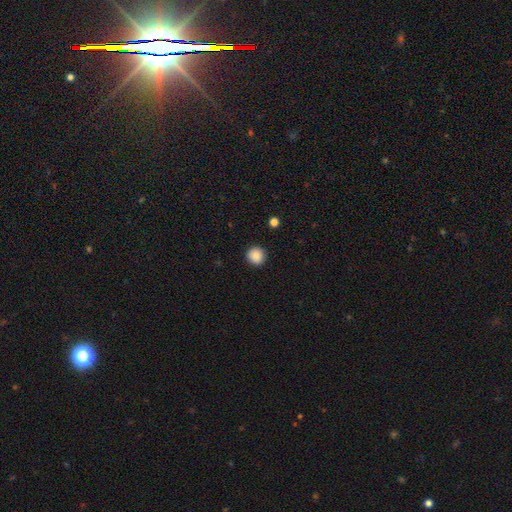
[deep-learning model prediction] The model was most divided on "smooth or featured": smooth: 88%, star or artifact: 9%, featured or disk: 3%. More confident: how rounded — round (93%); merging — none (92%).